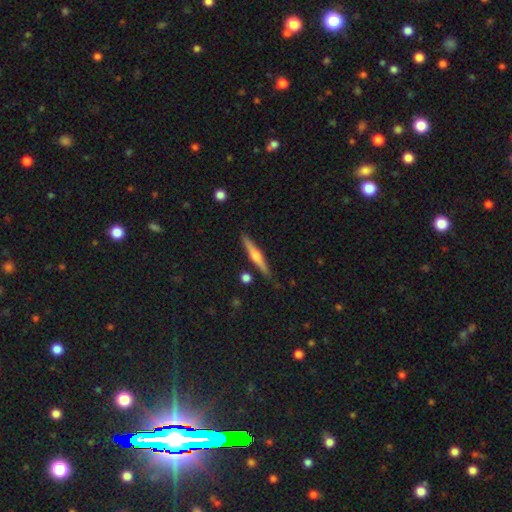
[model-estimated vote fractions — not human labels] The model was most divided on "smooth or featured": featured or disk: 63%, smooth: 31%, star or artifact: 6%. More confident: edge-on disk — yes (97%); merging — none (87%); edge-on bulge — rounded (87%).